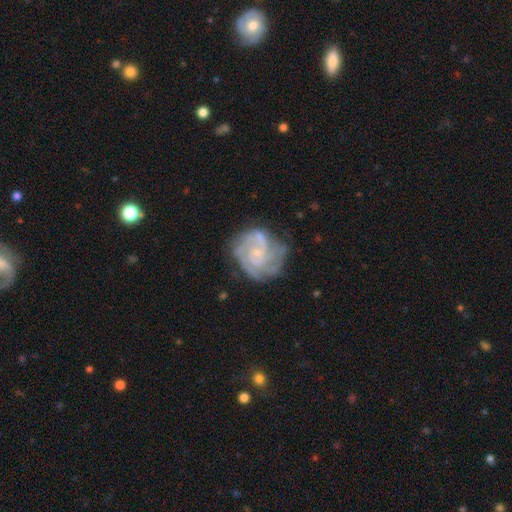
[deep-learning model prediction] Morphology: type=featured or disk (81%); edge-on=no (98%); bar=no (61%); spiral arms=yes (95%); winding=tight (56%); arm count=3 (32%); bulge=small (71%); merging=none (71%).